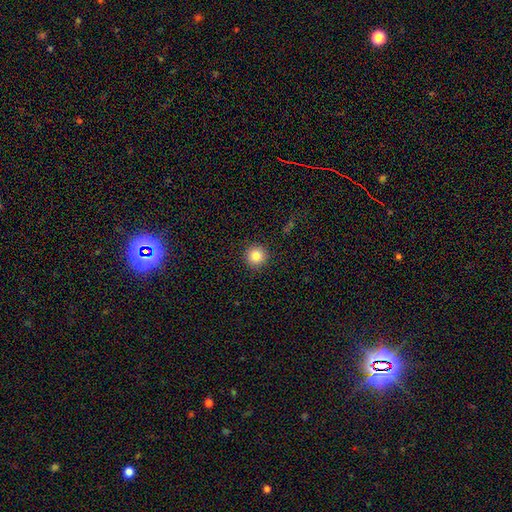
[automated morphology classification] This appears to be a smooth galaxy with no disk features (84%) that is round (95%). Merging: none (91%).